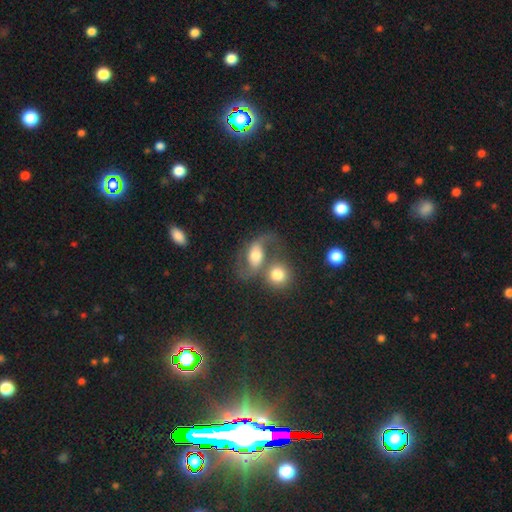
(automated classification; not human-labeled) This appears to be a featured or disk galaxy (63%) with no bar (50%), 2 (88%) loose (62%) spiral arms (86%) and a moderate central bulge (48%). Merging: merger (46%).